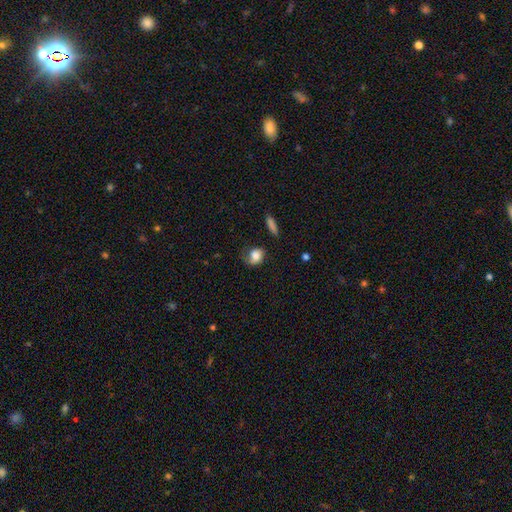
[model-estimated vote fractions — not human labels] Smooth or featured?
  - smooth: 72% *
  - featured or disk: 20%
  - star or artifact: 8%
How rounded?
  - in between: 57% *
  - round: 41%
  - cigar-shaped: 2%
Merging?
  - none: 42% *
  - minor disturbance: 31%
  - major disturbance: 24%
  - merger: 3%